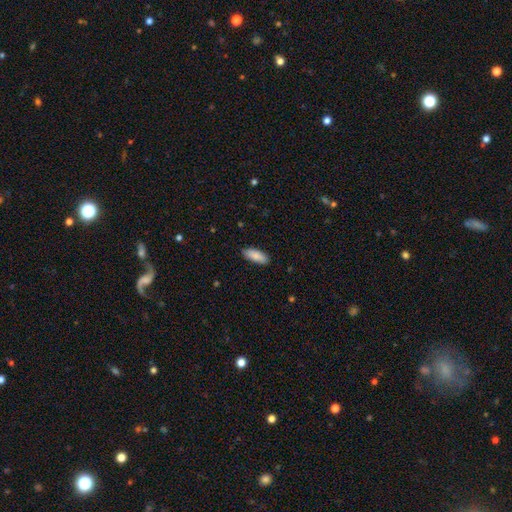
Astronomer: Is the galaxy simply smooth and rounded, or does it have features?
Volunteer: smooth — 88%.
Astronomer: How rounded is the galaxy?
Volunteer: in between — 80%.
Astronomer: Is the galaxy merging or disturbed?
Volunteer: none — 87%.